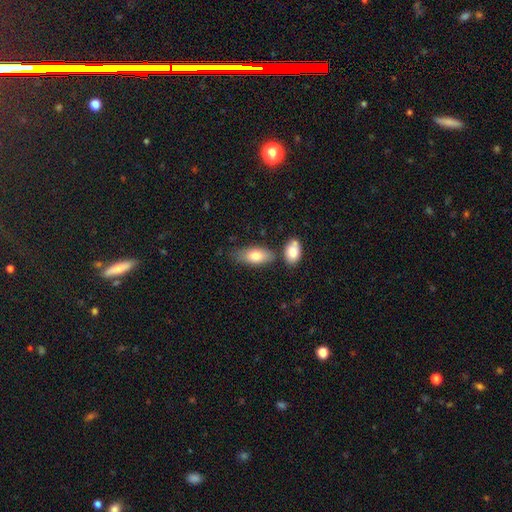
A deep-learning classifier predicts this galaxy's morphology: type=smooth (78%); roundness=in between (87%); merging=none (57%).